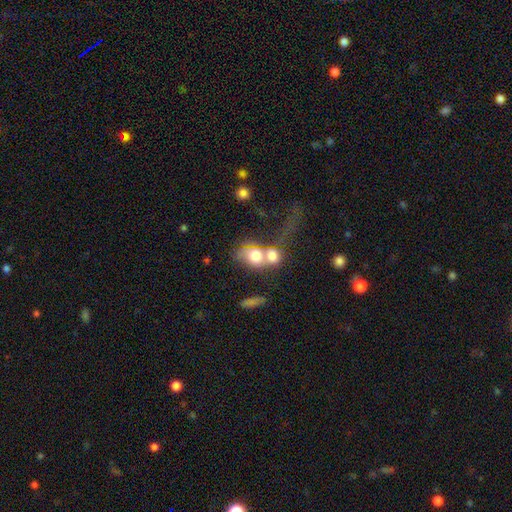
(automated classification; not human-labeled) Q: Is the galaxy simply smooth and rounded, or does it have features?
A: smooth — 60%.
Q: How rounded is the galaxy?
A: in between — 54%.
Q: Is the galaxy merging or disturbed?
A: merger — 67%.